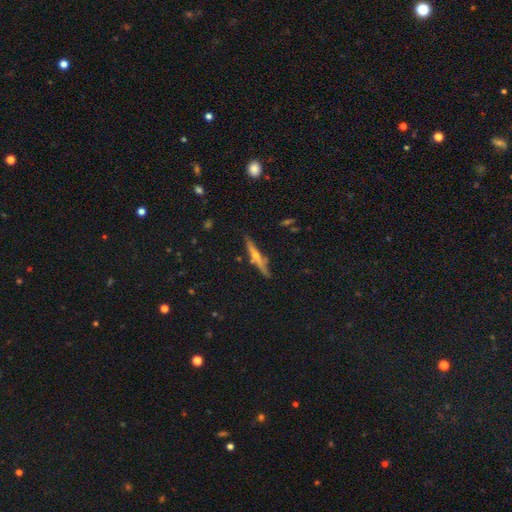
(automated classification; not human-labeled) Smooth or featured: featured or disk — 64% (smooth — 28%)
Edge-on disk: yes — 94% (no — 6%)
Edge-on bulge: rounded — 80% (none — 15%)
Merging: none — 80% (minor disturbance — 14%)